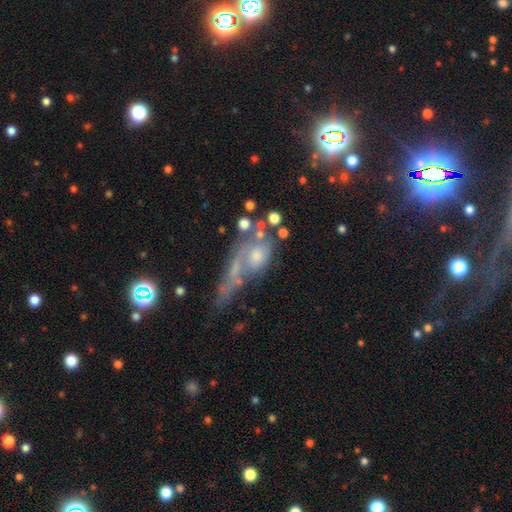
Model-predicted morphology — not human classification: This is possibly a featured or disk galaxy (54%). It is clearly not viewed edge-on (83%). Merging: marginally major disturbance (34%).